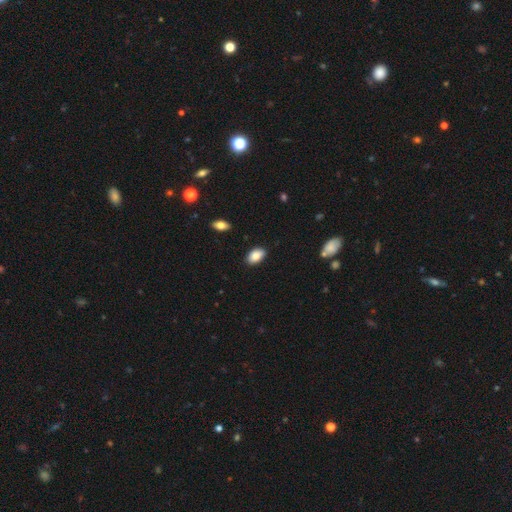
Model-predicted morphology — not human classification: The model was most divided on "merging": none: 87%, minor disturbance: 10%, major disturbance: 2%, merger: 1%. More confident: how rounded — in between (92%); smooth or featured — smooth (88%).